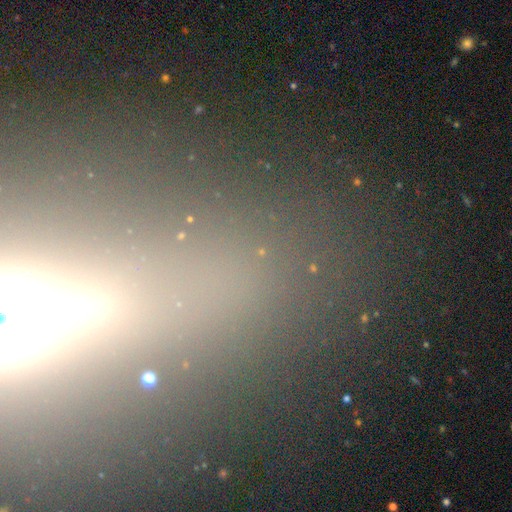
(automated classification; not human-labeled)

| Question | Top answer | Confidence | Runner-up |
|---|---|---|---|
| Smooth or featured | star or artifact | 66% | smooth (24%) |